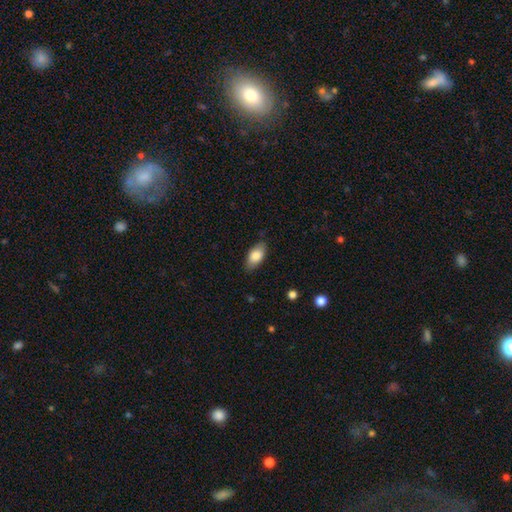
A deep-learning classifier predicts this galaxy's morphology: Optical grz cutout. It shows a smooth galaxy with no disk features (83%) that is in between round and cigar-shaped (92%). Merging: none (82%).